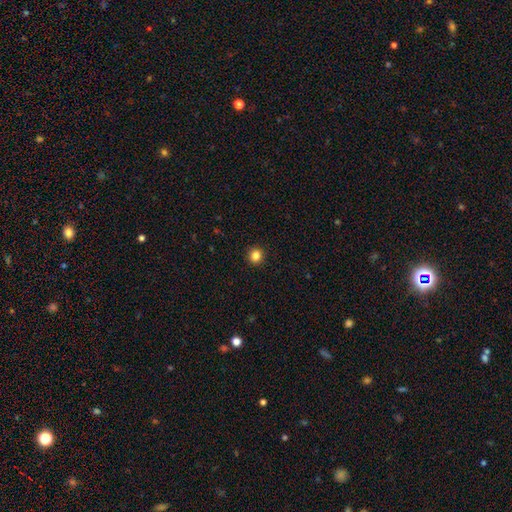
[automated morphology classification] smooth_or_featured: smooth (p=0.84) [alt: star or artifact p=0.12]
how_rounded: round (p=0.93) [alt: in between p=0.07]
merging: none (p=0.93) [alt: minor disturbance p=0.05]